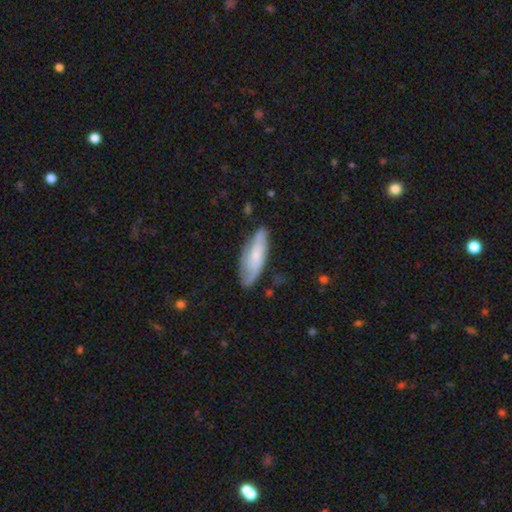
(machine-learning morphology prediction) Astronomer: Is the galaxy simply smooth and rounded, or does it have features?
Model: smooth — 51% (runner-up: featured or disk, 42%).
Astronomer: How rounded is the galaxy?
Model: in between — 58% (runner-up: cigar-shaped, 40%).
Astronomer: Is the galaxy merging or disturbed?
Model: none — 72%.